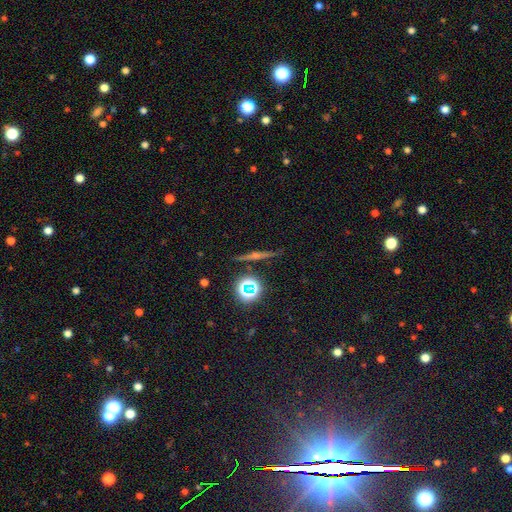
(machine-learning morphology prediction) Smooth or featured? Predicted: featured or disk (p=0.54). Edge-on disk? Predicted: yes (p=0.95). Edge-on bulge? Predicted: rounded (p=0.74). Merging? Predicted: none (p=0.90).